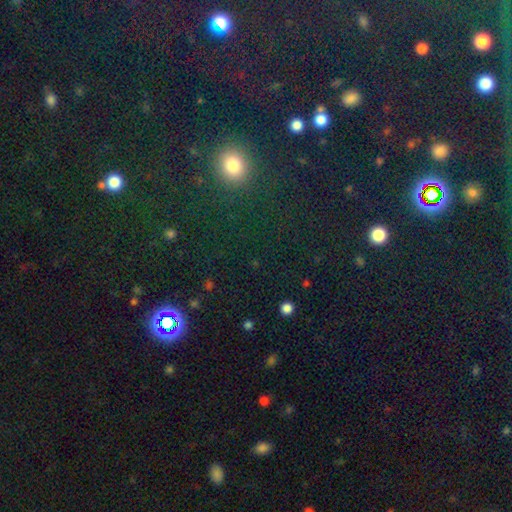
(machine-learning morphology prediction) smooth_or_featured: smooth (p=0.47) [alt: star or artifact p=0.46]
merging: none (p=0.89) [alt: minor disturbance p=0.06]